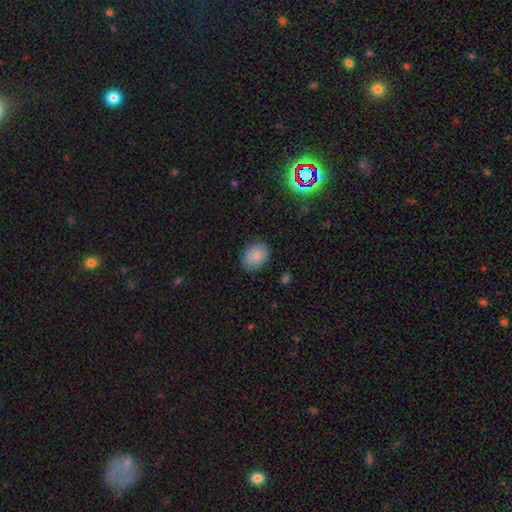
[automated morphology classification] Smooth or featured: smooth — 83% (featured or disk — 8%)
How rounded: in between — 57% (round — 42%)
Merging: none — 85% (minor disturbance — 11%)